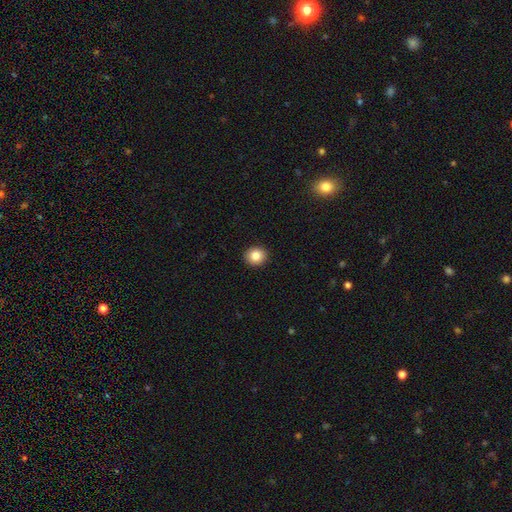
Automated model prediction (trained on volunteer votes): This is clearly a smooth galaxy (85%). How rounded: clearly round (84%). Merging: clearly none (93%).